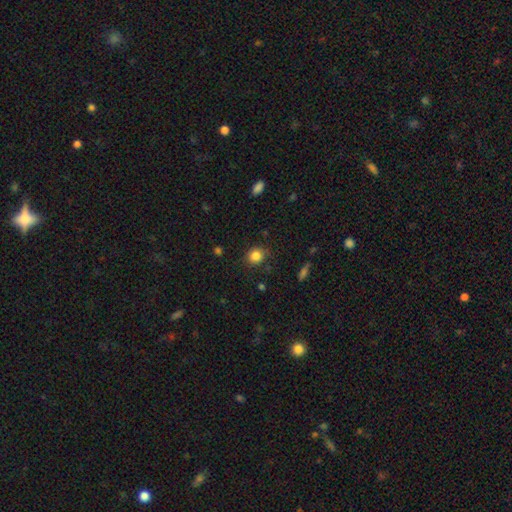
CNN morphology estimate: This is clearly a smooth galaxy (84%). How rounded: likely round (76%). Merging: clearly none (83%).